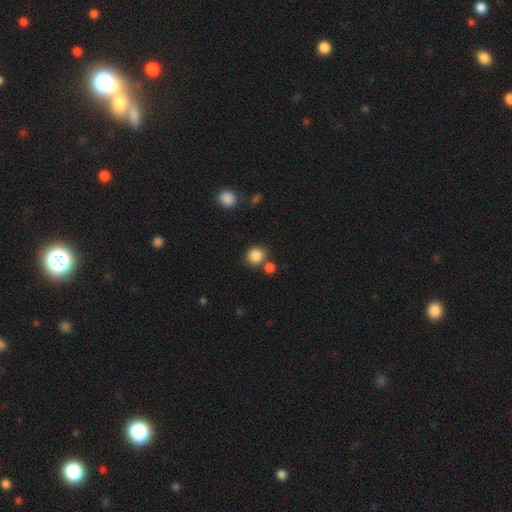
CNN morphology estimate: Q: Smooth or featured?
A: smooth (86%); runner-up: star or artifact (10%)
Q: How rounded?
A: round (86%); runner-up: in between (13%)
Q: Merging?
A: none (72%); runner-up: merger (15%)